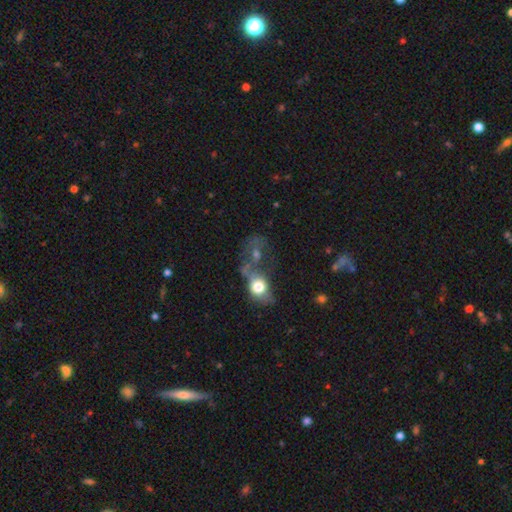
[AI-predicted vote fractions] This appears to be a smooth galaxy with no disk features (48%). Merging: merger (49%).